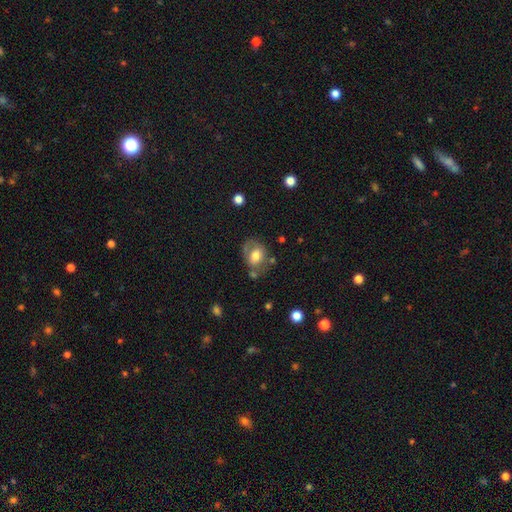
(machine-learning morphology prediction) Q: Smooth or featured?
A: smooth (60%); runner-up: featured or disk (31%)
Q: How rounded?
A: in between (56%); runner-up: round (43%)
Q: Merging?
A: none (54%); runner-up: minor disturbance (24%)